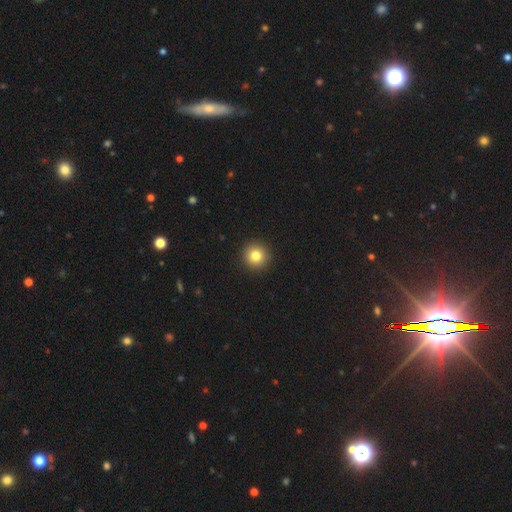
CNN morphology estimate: smooth-or-featured: smooth: 82% | star or artifact: 11% | featured or disk: 7%
  how-rounded: round: 95% | in between: 4% | cigar-shaped: 1%
  merging: none: 93% | minor disturbance: 4% | major disturbance: 2% | merger: 1%